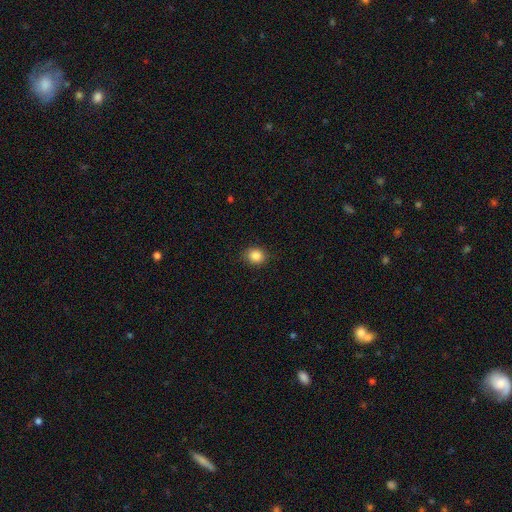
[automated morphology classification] This appears to be a smooth galaxy with no disk features (86%) that is round (75%). Merging: none (87%).